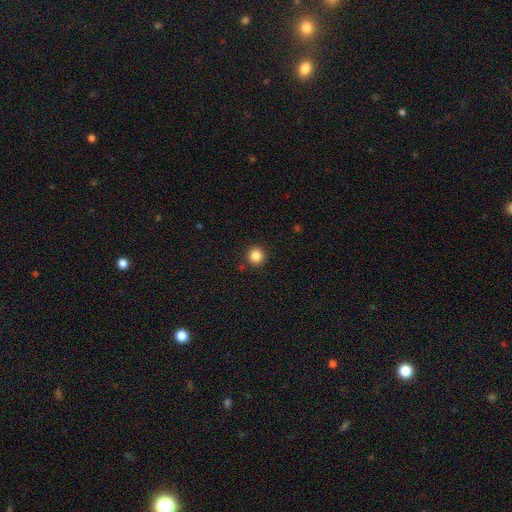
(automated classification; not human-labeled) smooth 85%, star or artifact 11%, featured or disk 4%. Down the decision tree: how rounded — round (93%); merging — none (91%).